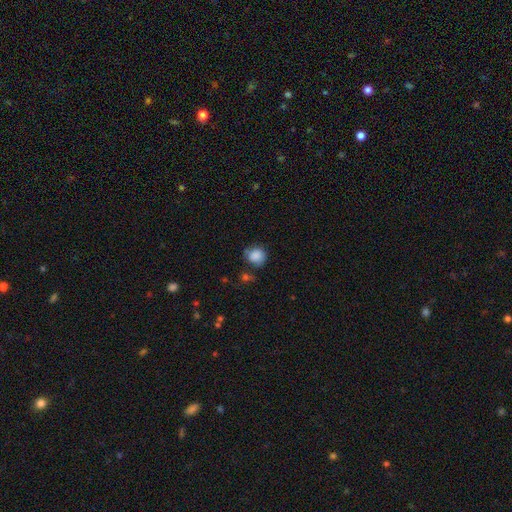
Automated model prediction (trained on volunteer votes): This appears to be a smooth galaxy with no disk features (85%) that is round (78%). Merging: none (62%).